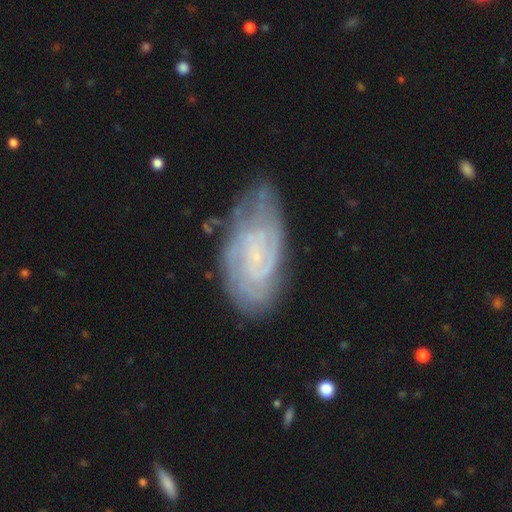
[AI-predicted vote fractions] Smooth or featured: featured or disk — 80% (smooth — 14%)
Edge-on disk: no — 95% (yes — 5%)
Bar: no — 55% (weak — 37%)
Spiral arms: yes — 93% (no — 7%)
Spiral winding: tight — 63% (medium — 29%)
Spiral arm count: can't tell — 39% (2 — 26%)
Bulge size: small — 76% (none — 14%)
Merging: none — 66% (minor disturbance — 23%)